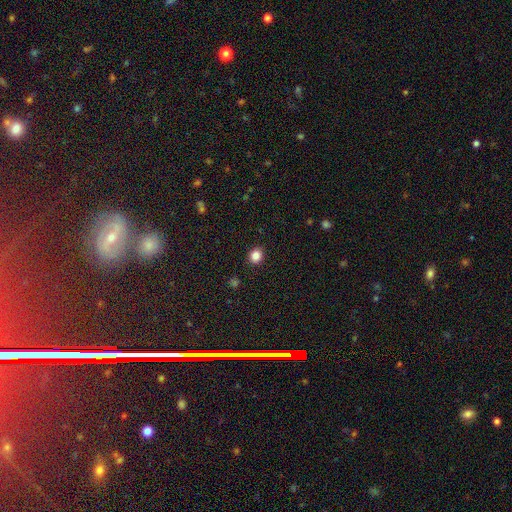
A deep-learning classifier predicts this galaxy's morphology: Smooth or featured: smooth — 85% (star or artifact — 11%)
How rounded: round — 78% (in between — 21%)
Merging: none — 91% (minor disturbance — 6%)